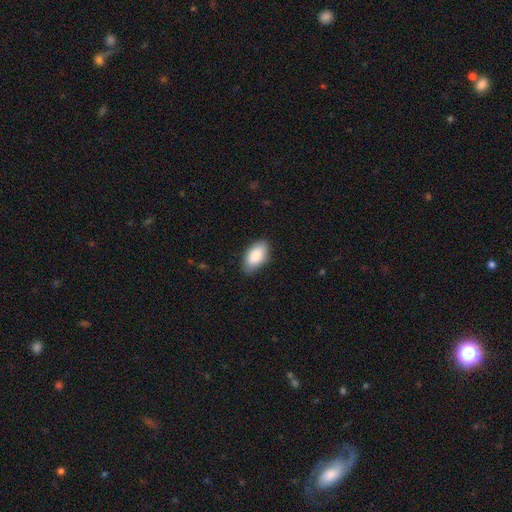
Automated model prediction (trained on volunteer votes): A smooth galaxy with no disk features (87%) that is in between round and cigar-shaped (95%).

Vote fractions:
- Smooth or featured? smooth: 87% / featured or disk: 7% / star or artifact: 6%
- How rounded? in between: 95% / round: 3% / cigar-shaped: 2%
- Merging? none: 85% / minor disturbance: 12% / major disturbance: 2% / merger: 1%